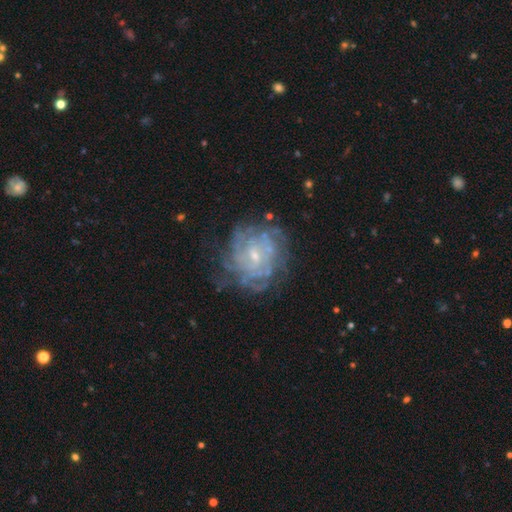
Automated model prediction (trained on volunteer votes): Smooth or featured: featured or disk — 82% (smooth — 9%)
Edge-on disk: no — 97% (yes — 3%)
Bar: no — 56% (weak — 37%)
Spiral arms: yes — 89% (no — 11%)
Spiral winding: tight — 70% (medium — 23%)
Spiral arm count: can't tell — 50% (4 — 15%)
Bulge size: small — 74% (moderate — 21%)
Merging: none — 70% (minor disturbance — 17%)